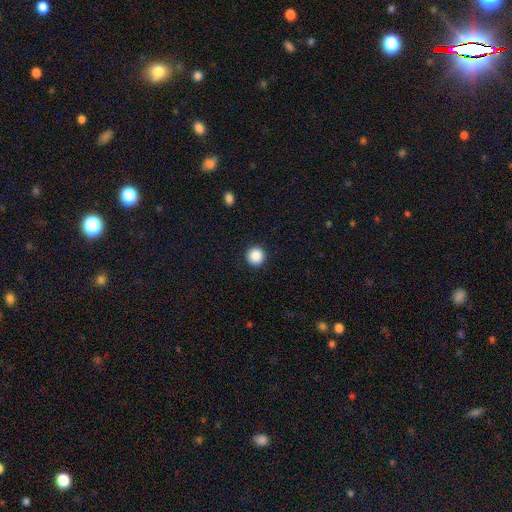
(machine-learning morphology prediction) The model was most divided on "smooth or featured": smooth: 88%, star or artifact: 9%, featured or disk: 3%. More confident: how rounded — round (96%); merging — none (93%).